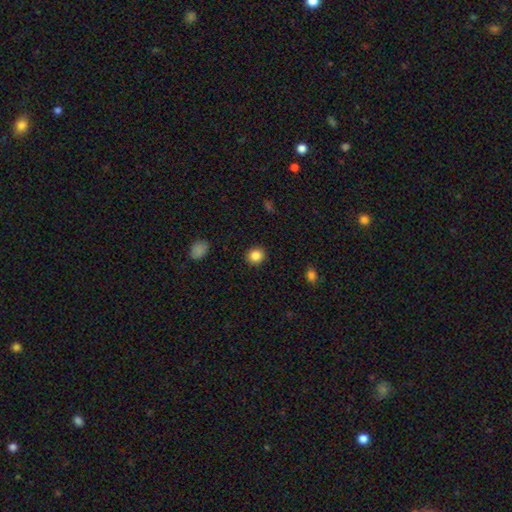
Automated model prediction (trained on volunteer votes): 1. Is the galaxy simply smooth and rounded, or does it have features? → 86% smooth, 10% star or artifact, 4% featured or disk.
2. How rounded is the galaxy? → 83% round, 16% in between, 1% cigar-shaped.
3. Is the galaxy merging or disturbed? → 91% none, 6% minor disturbance, 2% major disturbance, 1% merger.